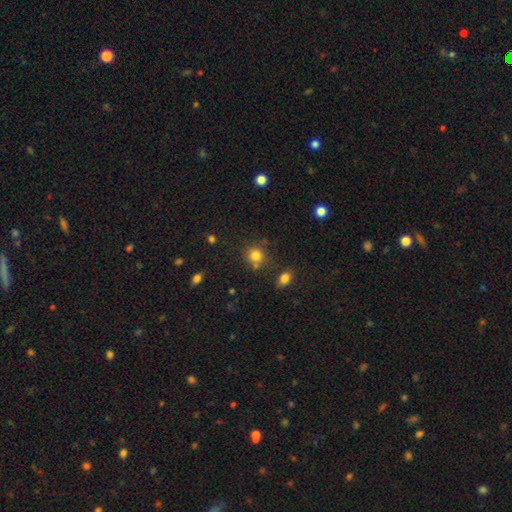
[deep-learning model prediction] Overall: smooth (80%). How rounded: round (85%). Merging: none (73%).